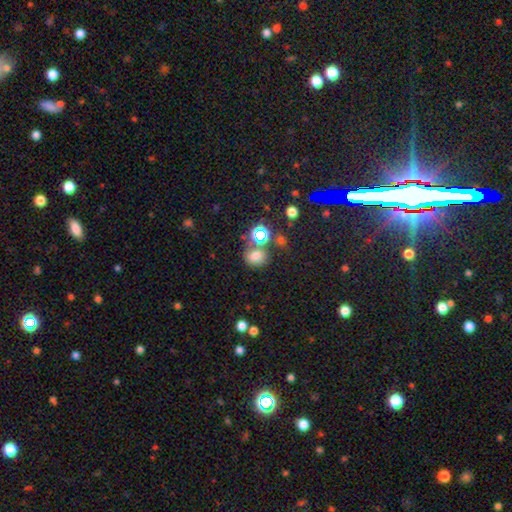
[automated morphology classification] A smooth galaxy with no disk features (66%) that is round (62%).

Vote fractions:
- Smooth or featured? smooth: 66% / star or artifact: 25% / featured or disk: 9%
- How rounded? round: 62% / in between: 37% / cigar-shaped: 1%
- Merging? none: 64% / merger: 18% / minor disturbance: 13% / major disturbance: 6%